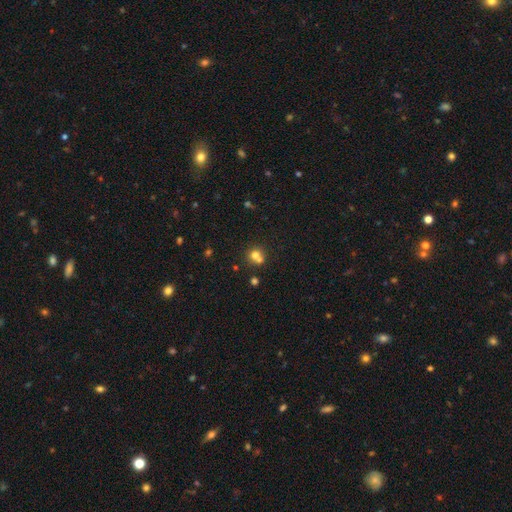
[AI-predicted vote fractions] Morphology: type=smooth (72%); roundness=round (86%); merging=none (46%).